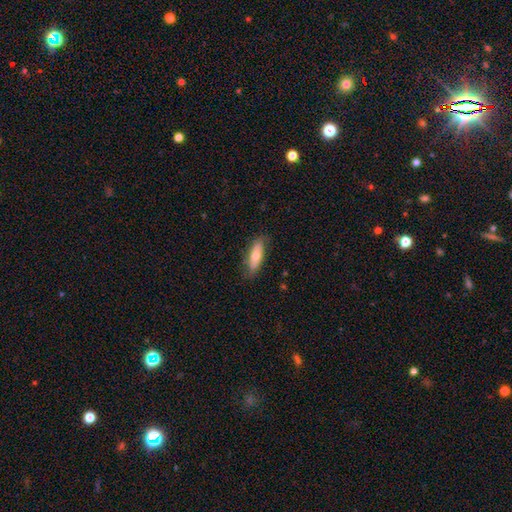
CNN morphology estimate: type=smooth (65%); roundness=in between (59%); merging=none (78%).